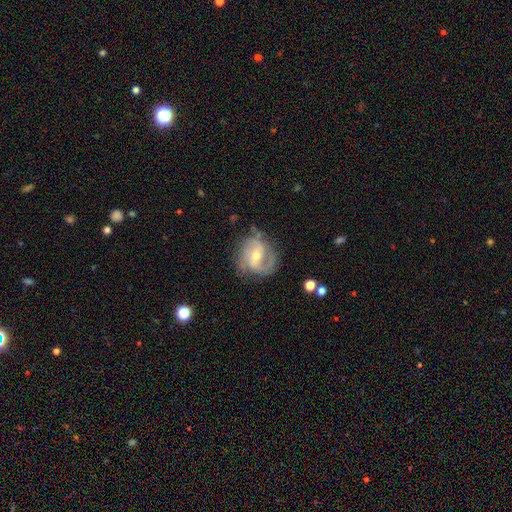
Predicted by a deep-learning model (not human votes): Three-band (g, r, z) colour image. It shows a featured or disk galaxy (81%) with a weak bar (47%), 2 (70%) medium (48%) spiral arms (93%) and a moderate central bulge (58%). Merging: none (66%).